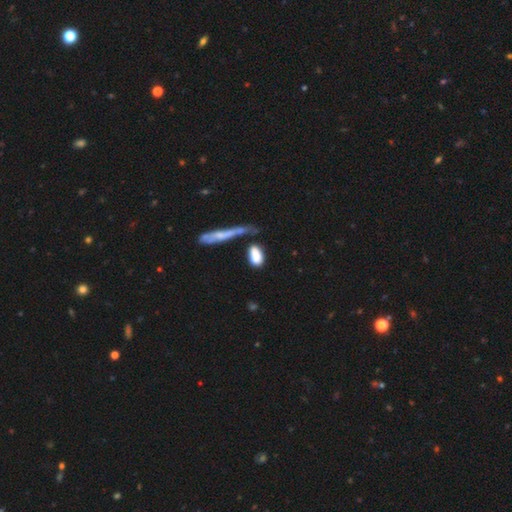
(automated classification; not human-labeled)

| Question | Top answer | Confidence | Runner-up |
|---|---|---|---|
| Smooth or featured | smooth | 81% | featured or disk (12%) |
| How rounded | in between | 80% | cigar-shaped (12%) |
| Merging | none | 41% | merger (25%) |